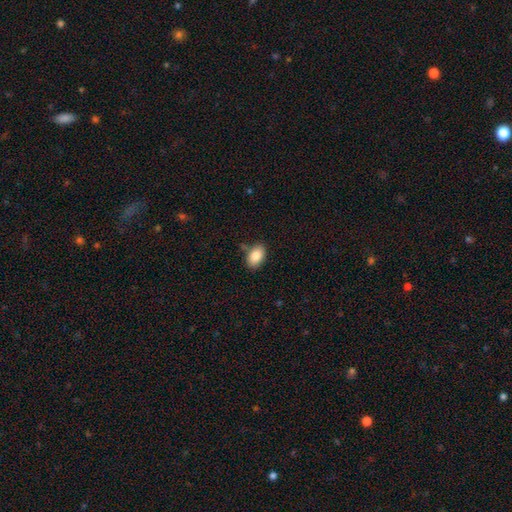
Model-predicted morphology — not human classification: This is clearly a smooth galaxy (86%). How rounded: clearly in between (89%). Merging: clearly none (81%).